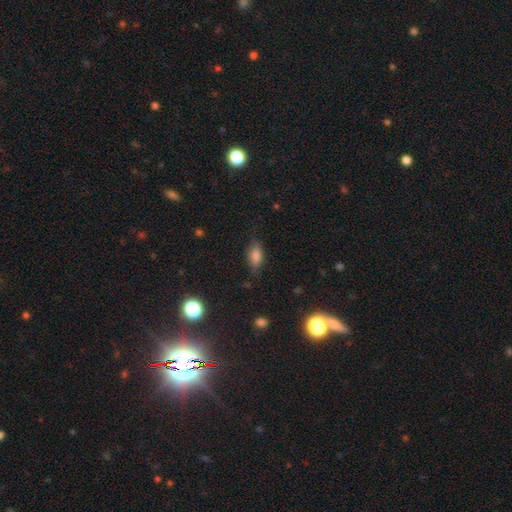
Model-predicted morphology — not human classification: The model was most divided on "merging": none: 73%, minor disturbance: 20%, major disturbance: 5%, merger: 2%. More confident: how rounded — in between (81%); smooth or featured — smooth (73%).